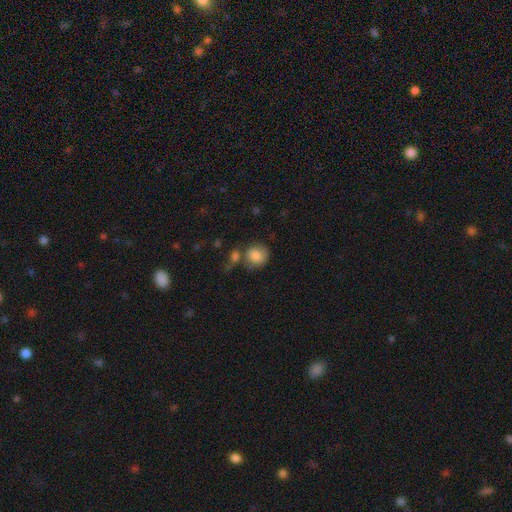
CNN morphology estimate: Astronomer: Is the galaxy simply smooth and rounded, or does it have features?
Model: smooth — 82%.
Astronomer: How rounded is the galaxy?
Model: round — 76%.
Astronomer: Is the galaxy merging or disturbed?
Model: none — 50%.